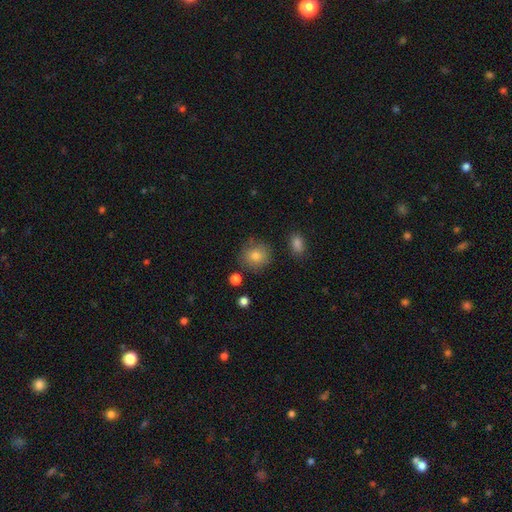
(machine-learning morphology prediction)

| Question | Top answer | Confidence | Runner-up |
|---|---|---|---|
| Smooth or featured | smooth | 80% | star or artifact (10%) |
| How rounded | round | 88% | in between (11%) |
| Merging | none | 80% | minor disturbance (13%) |